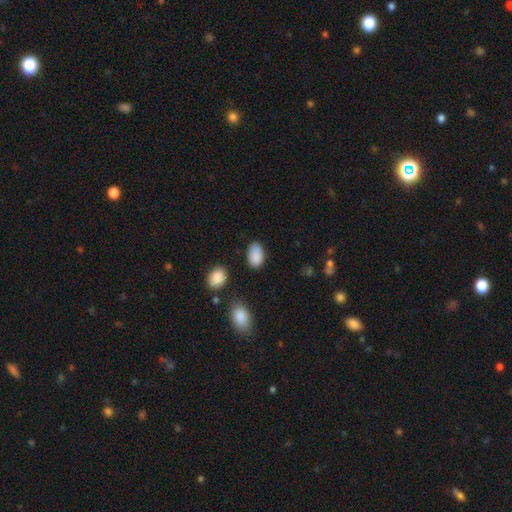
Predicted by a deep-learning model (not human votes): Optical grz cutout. It shows a smooth galaxy with no disk features (88%) that is in between round and cigar-shaped (92%). Merging: none (77%).